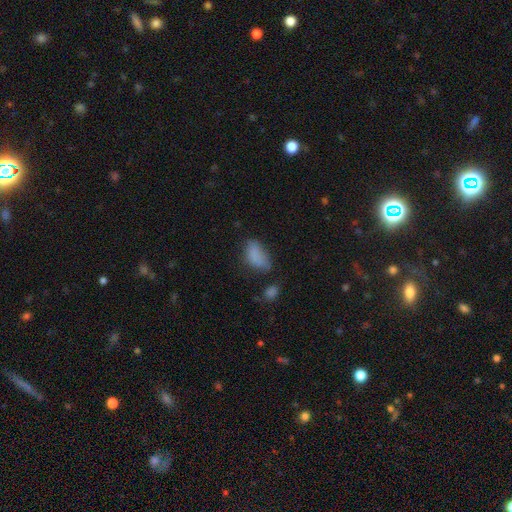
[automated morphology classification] smooth 80%, star or artifact 11%, featured or disk 9%. Down the decision tree: how rounded — in between (91%); merging — none (42%).